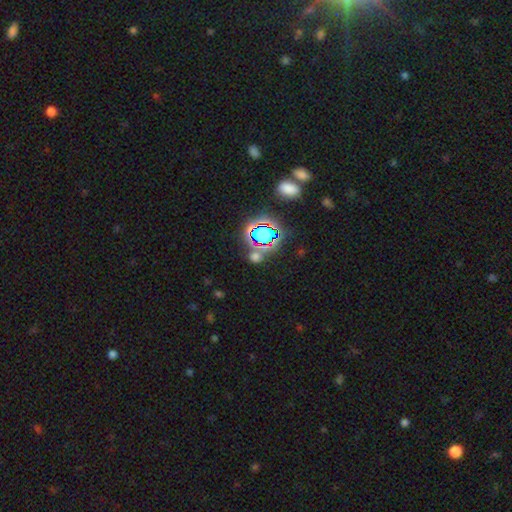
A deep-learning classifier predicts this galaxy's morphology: Overall: star or artifact (49%; smooth 42%).